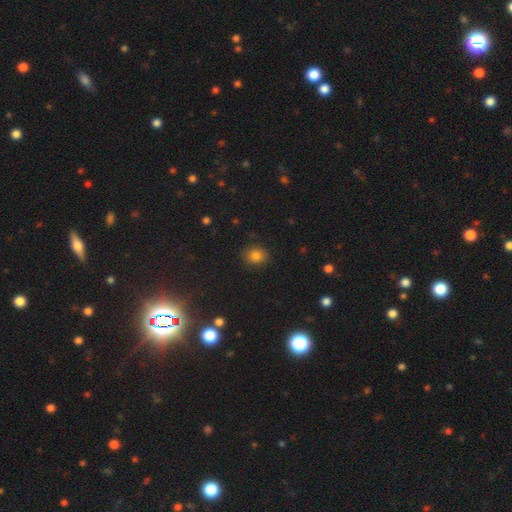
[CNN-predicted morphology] smooth 79%, star or artifact 14%, featured or disk 7%. Down the decision tree: how rounded — round (71%); merging — none (87%).